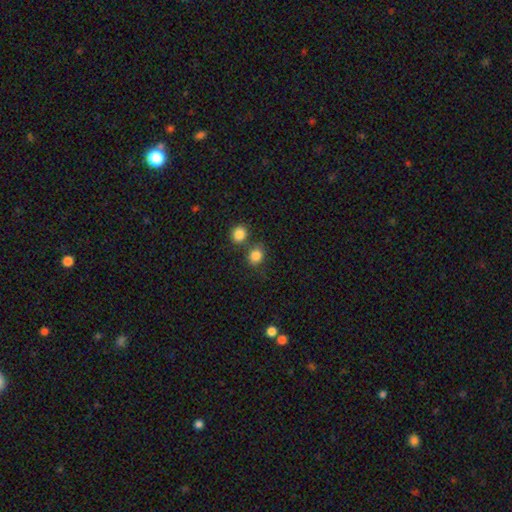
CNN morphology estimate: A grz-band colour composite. It shows a smooth galaxy with no disk features (83%) that is round (63%). Merging: none (61%).